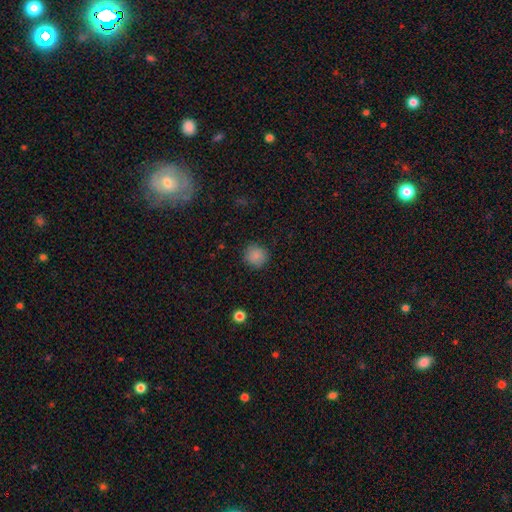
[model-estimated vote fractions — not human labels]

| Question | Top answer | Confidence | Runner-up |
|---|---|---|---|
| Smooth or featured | smooth | 85% | star or artifact (10%) |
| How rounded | round | 92% | in between (7%) |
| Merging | none | 89% | minor disturbance (8%) |